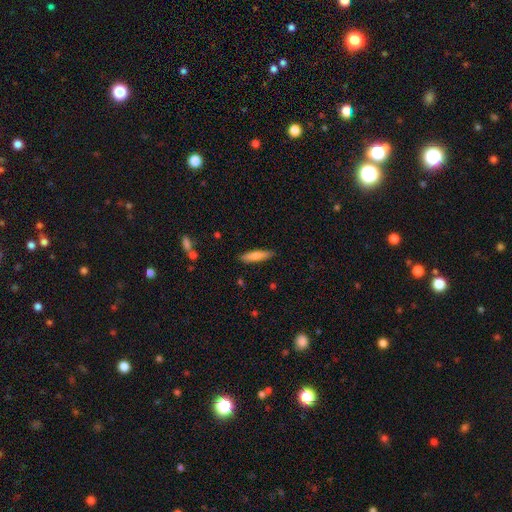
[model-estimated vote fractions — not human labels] smooth-or-featured: smooth: 74% | featured or disk: 21% | star or artifact: 6%
  how-rounded: cigar-shaped: 80% | in between: 18% | round: 2%
  merging: none: 87% | minor disturbance: 9% | major disturbance: 2% | merger: 1%